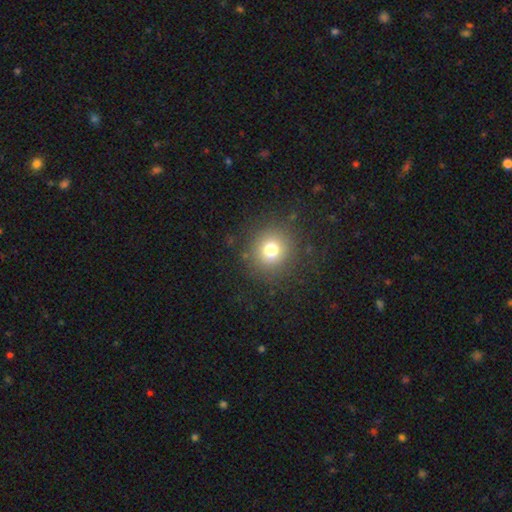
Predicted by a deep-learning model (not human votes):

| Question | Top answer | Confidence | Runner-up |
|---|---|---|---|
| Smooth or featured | smooth | 69% | star or artifact (24%) |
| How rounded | round | 94% | in between (5%) |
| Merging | none | 90% | minor disturbance (6%) |